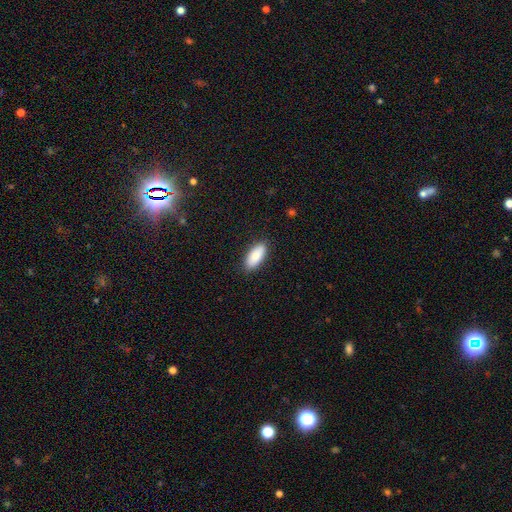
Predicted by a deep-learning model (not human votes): This appears to be a smooth galaxy with no disk features (86%) that is in between round and cigar-shaped (84%). Merging: none (88%).